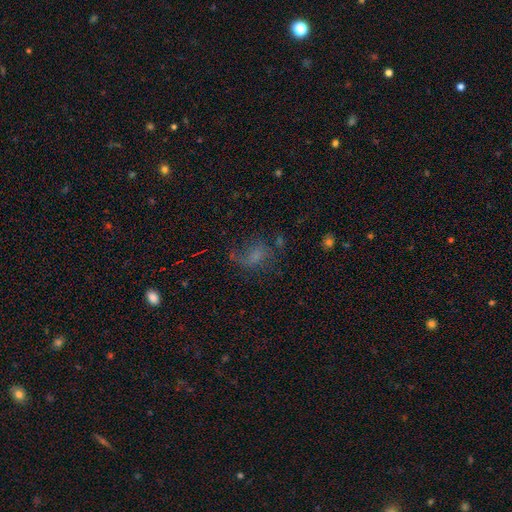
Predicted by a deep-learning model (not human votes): smooth_or_featured: smooth (p=0.48) [alt: featured or disk p=0.30]
merging: none (p=0.41) [alt: major disturbance p=0.33]